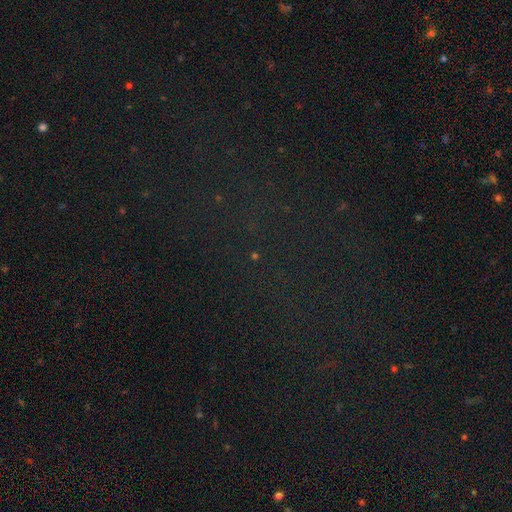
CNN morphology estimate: Q: Smooth or featured?
A: star or artifact (79%); runner-up: smooth (13%)